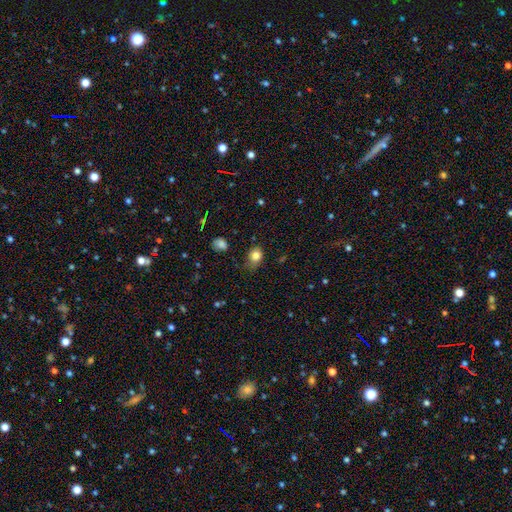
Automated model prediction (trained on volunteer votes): Smooth or featured? Predicted: smooth (p=0.82). How rounded? Predicted: round (p=0.51). Merging? Predicted: none (p=0.60).